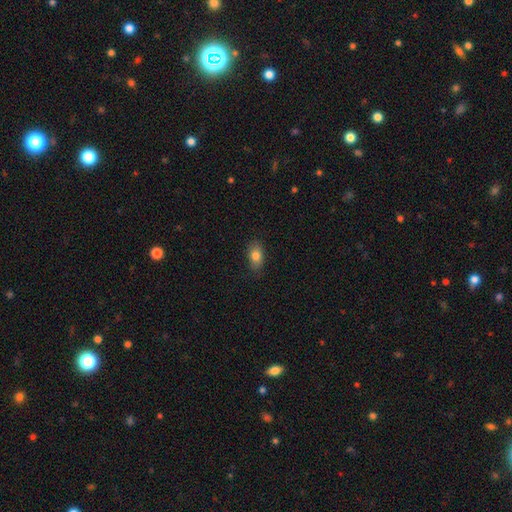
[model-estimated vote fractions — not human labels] Smooth or featured: smooth — 81% (featured or disk — 11%)
How rounded: in between — 87% (round — 10%)
Merging: none — 84% (minor disturbance — 13%)